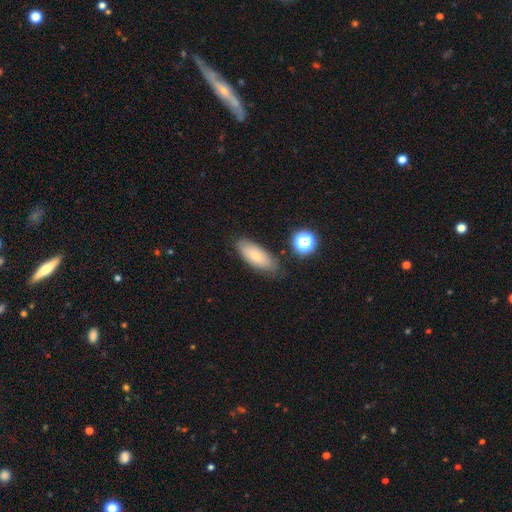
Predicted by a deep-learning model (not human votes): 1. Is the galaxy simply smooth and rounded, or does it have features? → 74% smooth, 18% featured or disk, 8% star or artifact.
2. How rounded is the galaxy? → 81% in between, 16% cigar-shaped, 3% round.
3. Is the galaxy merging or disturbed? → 78% none, 16% minor disturbance, 4% major disturbance, 3% merger.